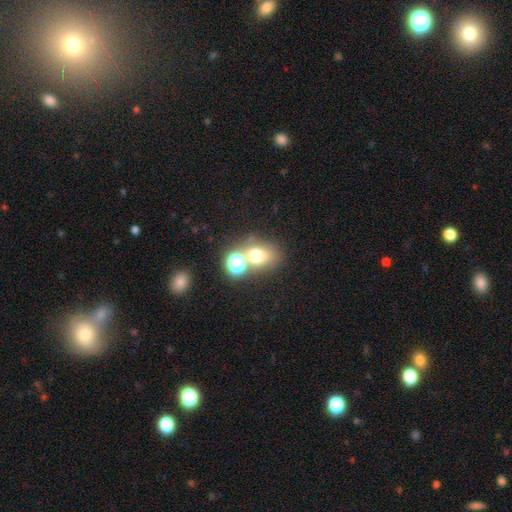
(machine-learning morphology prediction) Smooth or featured? Predicted: smooth (p=0.64). How rounded? Predicted: round (p=0.56). Merging? Predicted: none (p=0.50).